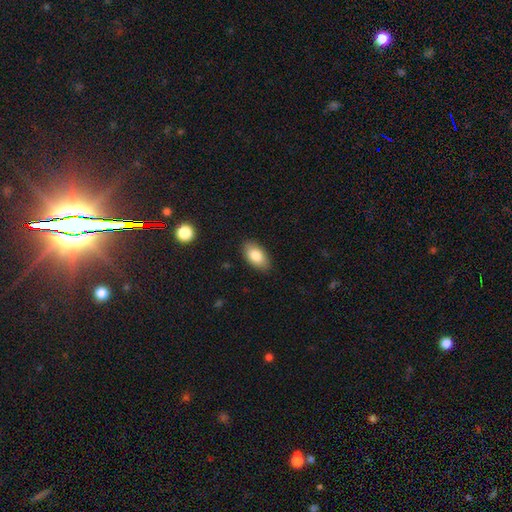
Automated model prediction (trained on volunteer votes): Smooth or featured? smooth (83%)
How rounded? in between (94%)
Merging? none (87%)